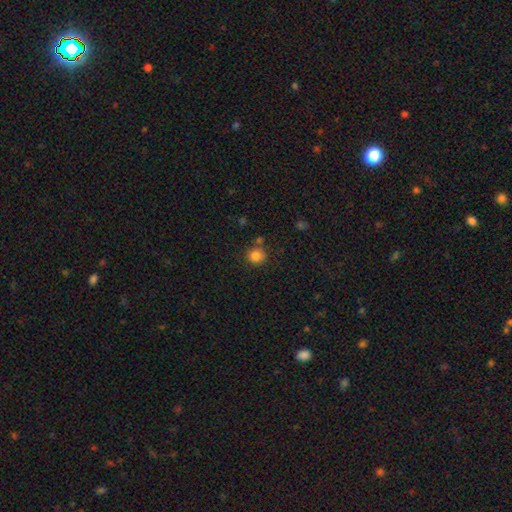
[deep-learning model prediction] This appears to be a smooth galaxy with no disk features (83%) that is round (91%). Merging: none (77%).